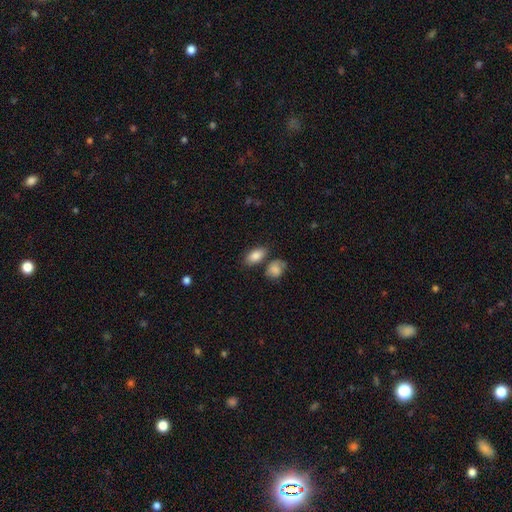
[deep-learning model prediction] Smooth or featured? Predicted: smooth (p=0.85). How rounded? Predicted: in between (p=0.91). Merging? Predicted: none (p=0.69).